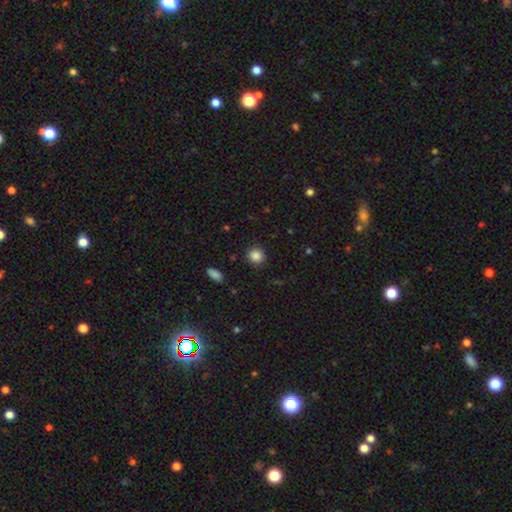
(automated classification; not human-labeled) A smooth galaxy with no disk features (86%) that is round (88%).

Vote fractions:
- Smooth or featured? smooth: 86% / star or artifact: 10% / featured or disk: 4%
- How rounded? round: 88% / in between: 11% / cigar-shaped: 1%
- Merging? none: 90% / minor disturbance: 7% / major disturbance: 2% / merger: 1%